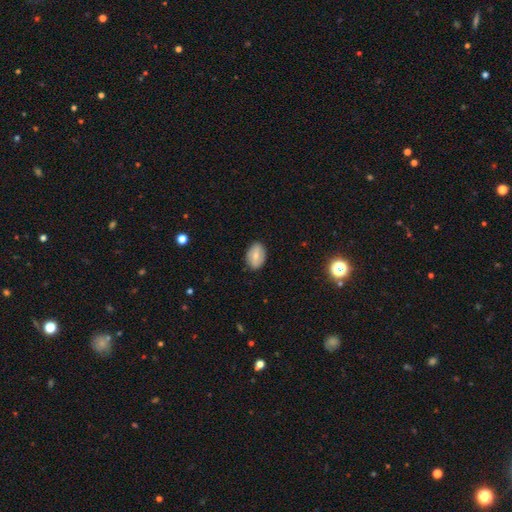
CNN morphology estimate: This appears to be a smooth galaxy with no disk features (62%) that is in between round and cigar-shaped (82%). Merging: none (85%).